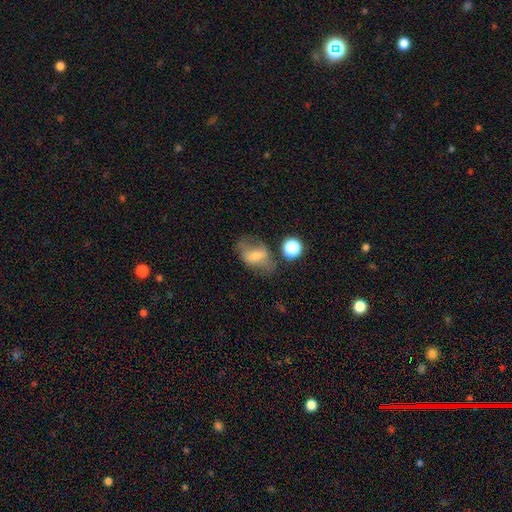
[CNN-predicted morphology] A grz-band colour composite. It shows a smooth galaxy with no disk features (54%) that is in between round and cigar-shaped (79%). Merging: none (47%).